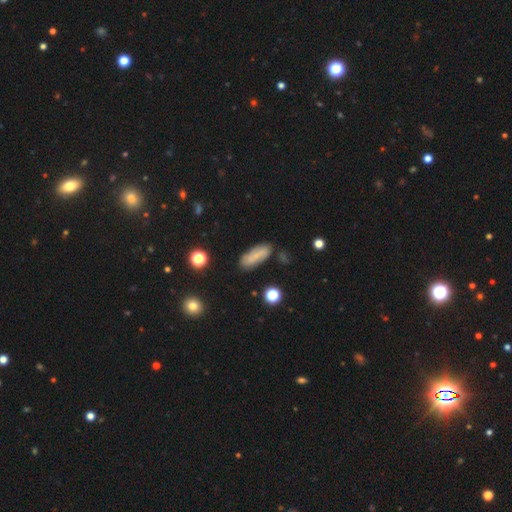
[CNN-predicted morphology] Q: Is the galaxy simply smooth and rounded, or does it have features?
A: smooth — 69%.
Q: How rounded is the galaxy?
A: in between — 65%.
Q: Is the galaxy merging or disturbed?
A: none — 74%.